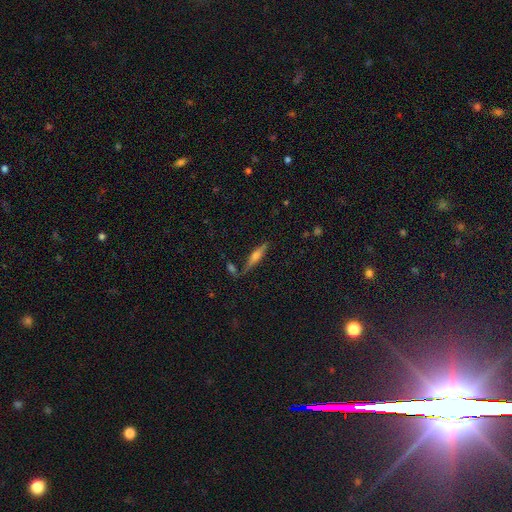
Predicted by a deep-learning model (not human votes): Smooth or featured? featured or disk (56%)
Edge-on disk? yes (95%)
Edge-on bulge? rounded (74%)
Merging? none (76%)